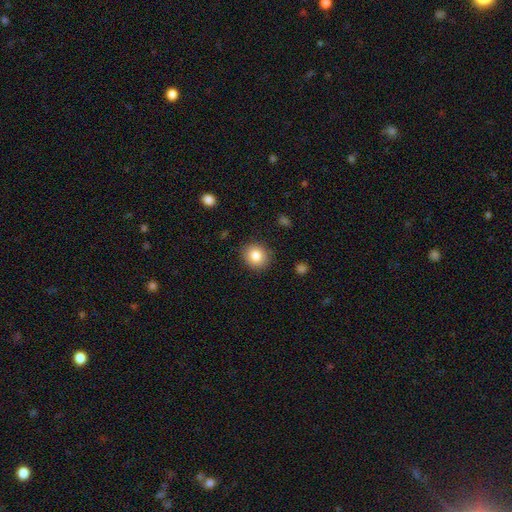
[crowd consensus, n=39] smooth-or-featured: smooth: 90% | featured or disk: 8% | star or artifact: 3%
  how-rounded: round: 86% | in between: 14% | cigar-shaped: 0%
  merging: none: 79% | minor disturbance: 18% | merger: 3% | major disturbance: 0%